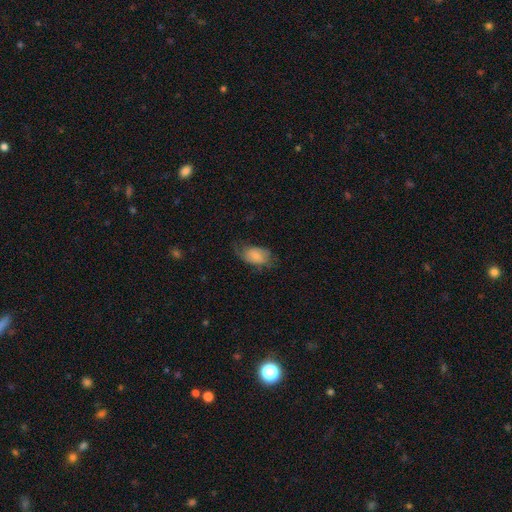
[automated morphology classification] type=smooth (60%); roundness=in between (90%); merging=none (47%).